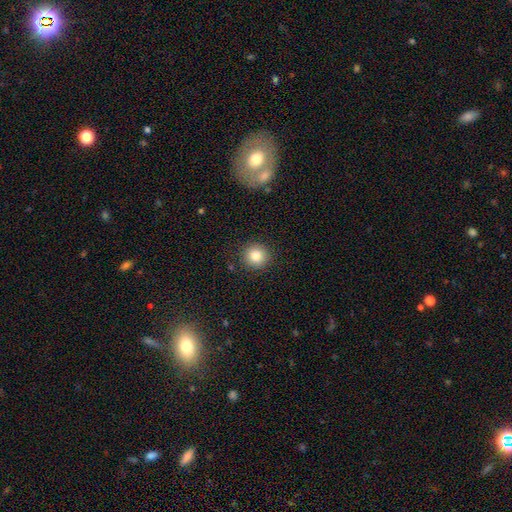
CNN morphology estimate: A smooth galaxy with no disk features (83%) that is round (92%).

Vote fractions:
- Smooth or featured? smooth: 83% / star or artifact: 10% / featured or disk: 7%
- How rounded? round: 92% / in between: 7% / cigar-shaped: 1%
- Merging? none: 90% / minor disturbance: 7% / major disturbance: 2% / merger: 1%